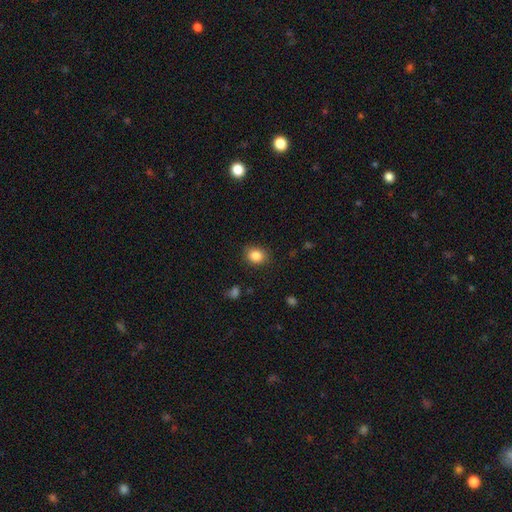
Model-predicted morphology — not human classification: Overall: smooth (85%). How rounded: round (57%; in between 42%). Merging: none (84%).